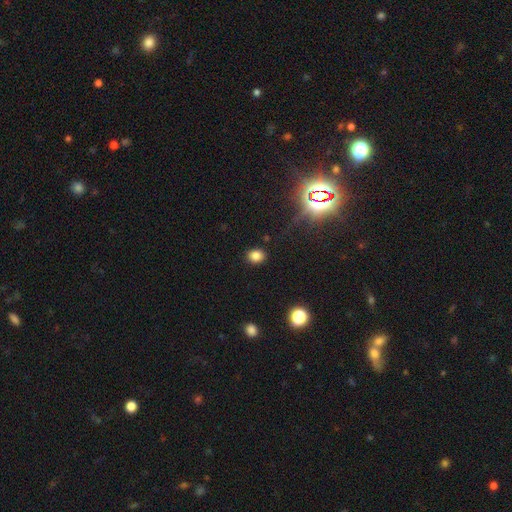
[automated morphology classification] Smooth or featured? Predicted: smooth (p=0.80). How rounded? Predicted: round (p=0.54). Merging? Predicted: none (p=0.88).